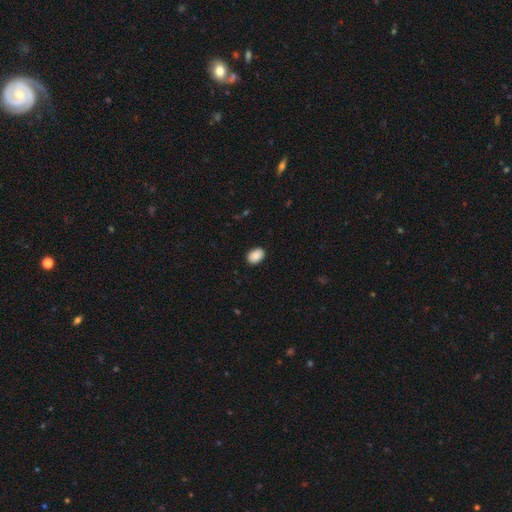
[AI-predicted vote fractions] smooth-or-featured: smooth: 90% | star or artifact: 7% | featured or disk: 3%
  how-rounded: in between: 82% | round: 17% | cigar-shaped: 1%
  merging: none: 89% | minor disturbance: 8% | major disturbance: 2% | merger: 1%